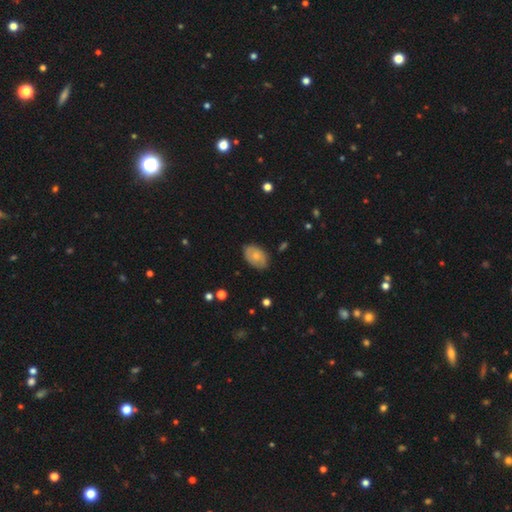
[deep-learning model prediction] This is likely a smooth galaxy (64%). How rounded: clearly in between (87%). Merging: likely none (79%).